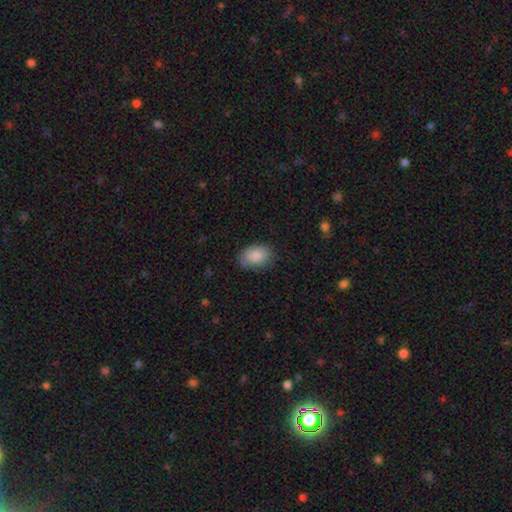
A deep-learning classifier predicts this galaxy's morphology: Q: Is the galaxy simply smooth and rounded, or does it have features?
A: smooth — 86%.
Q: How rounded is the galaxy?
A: in between — 83%.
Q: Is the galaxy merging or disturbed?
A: none — 74%.